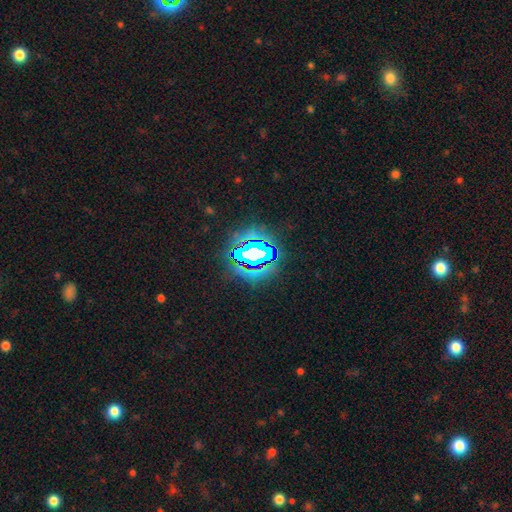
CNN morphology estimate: Overall: star or artifact (69%).